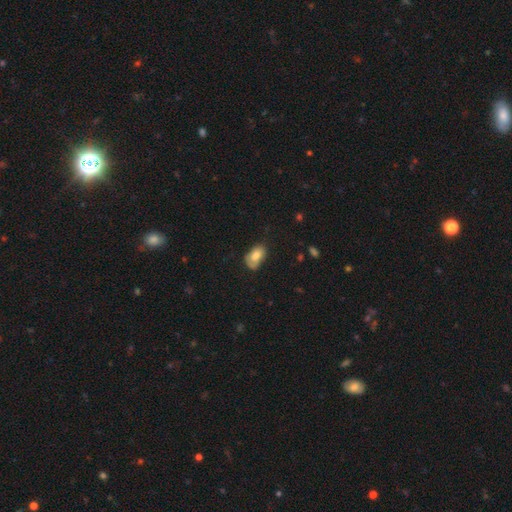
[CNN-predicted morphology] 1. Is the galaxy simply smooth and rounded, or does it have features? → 74% smooth, 18% featured or disk, 8% star or artifact.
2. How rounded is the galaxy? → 89% in between, 9% round, 2% cigar-shaped.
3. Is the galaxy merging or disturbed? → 46% none, 36% minor disturbance, 14% major disturbance, 3% merger.